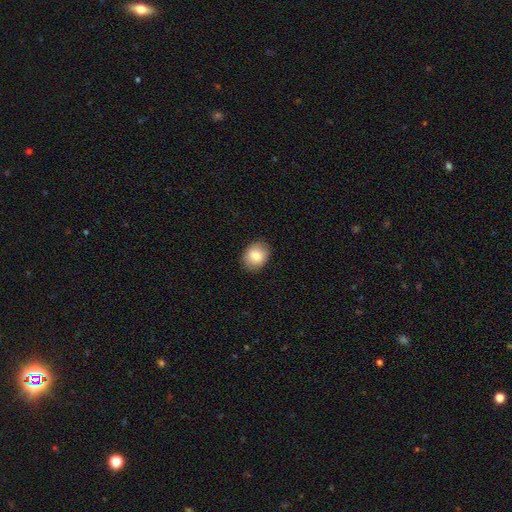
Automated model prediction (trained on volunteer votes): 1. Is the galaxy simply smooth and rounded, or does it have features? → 82% smooth, 10% featured or disk, 8% star or artifact.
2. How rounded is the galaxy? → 51% round, 48% in between, 1% cigar-shaped.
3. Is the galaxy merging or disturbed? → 88% none, 9% minor disturbance, 2% major disturbance, 1% merger.